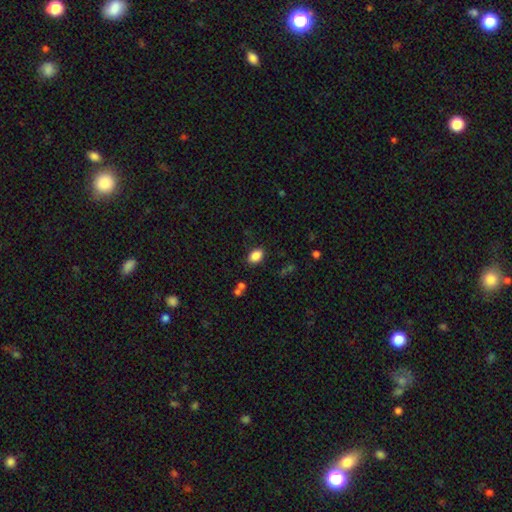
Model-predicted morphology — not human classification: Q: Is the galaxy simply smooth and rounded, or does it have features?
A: smooth — 86%.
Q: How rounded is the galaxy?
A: in between — 83%.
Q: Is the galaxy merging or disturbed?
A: none — 85%.